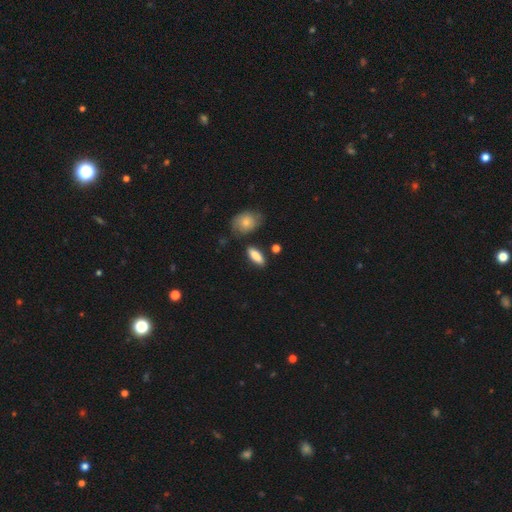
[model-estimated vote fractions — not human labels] Smooth or featured? Predicted: smooth (p=0.85). How rounded? Predicted: in between (p=0.71). Merging? Predicted: none (p=0.79).